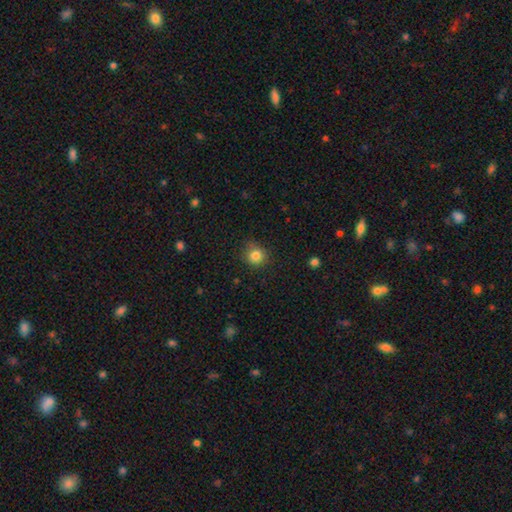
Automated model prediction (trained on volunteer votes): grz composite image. It shows a smooth galaxy with no disk features (84%) that is round (89%). Merging: none (81%).